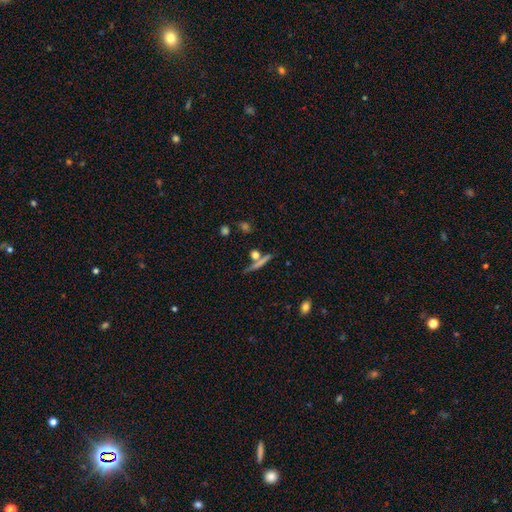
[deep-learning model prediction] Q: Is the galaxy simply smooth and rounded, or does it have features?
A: smooth — 59%.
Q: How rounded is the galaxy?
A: cigar-shaped — 59%.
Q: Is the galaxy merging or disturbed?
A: none — 66%.